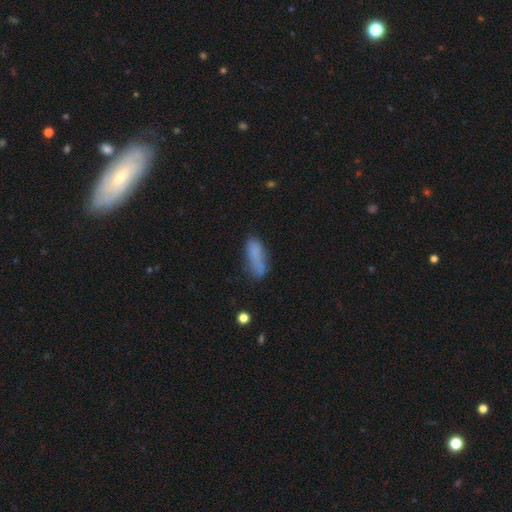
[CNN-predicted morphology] Smooth or featured?
  - smooth: 75% *
  - featured or disk: 14%
  - star or artifact: 10%
How rounded?
  - in between: 61% *
  - cigar-shaped: 36%
  - round: 3%
Merging?
  - none: 50% *
  - minor disturbance: 27%
  - major disturbance: 14%
  - merger: 9%